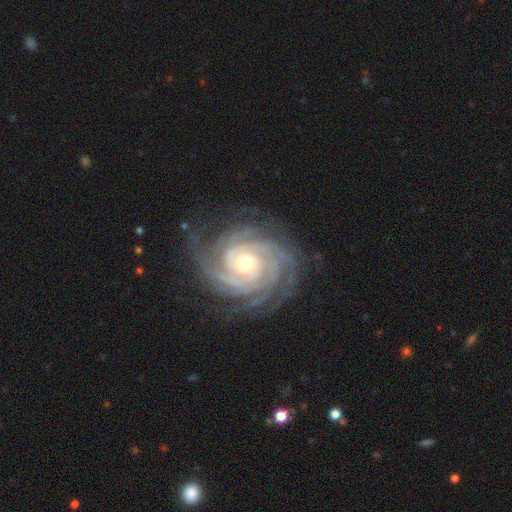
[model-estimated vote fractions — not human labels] Morphology: type=featured or disk (91%); edge-on=no (97%); bar=no (61%); spiral arms=yes (99%); winding=tight (81%); arm count=4 (25%); bulge=moderate (57%); merging=none (79%).